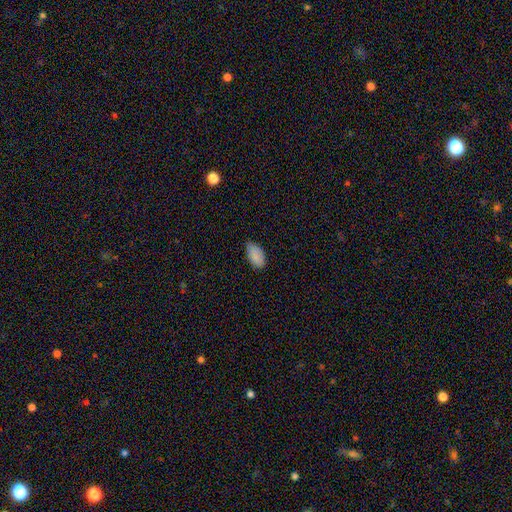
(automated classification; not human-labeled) This is clearly a smooth galaxy (89%). How rounded: clearly in between (95%). Merging: likely none (77%).